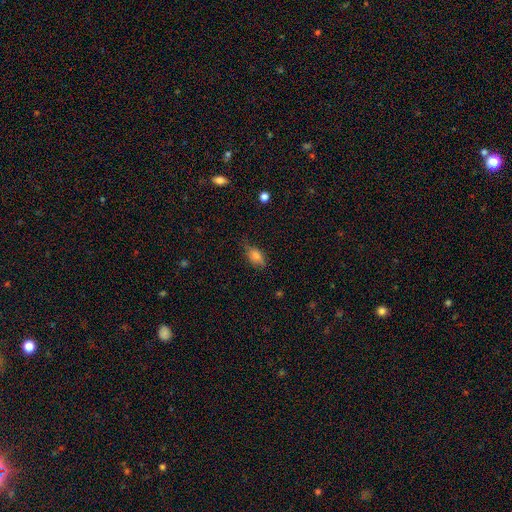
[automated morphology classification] A smooth galaxy with no disk features (76%) that is in between round and cigar-shaped (86%). Merging: none (62%).